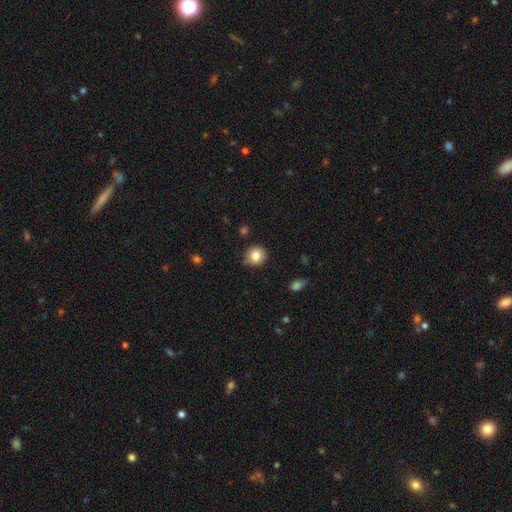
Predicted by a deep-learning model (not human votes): Morphology: type=smooth (83%); roundness=round (89%); merging=none (85%).